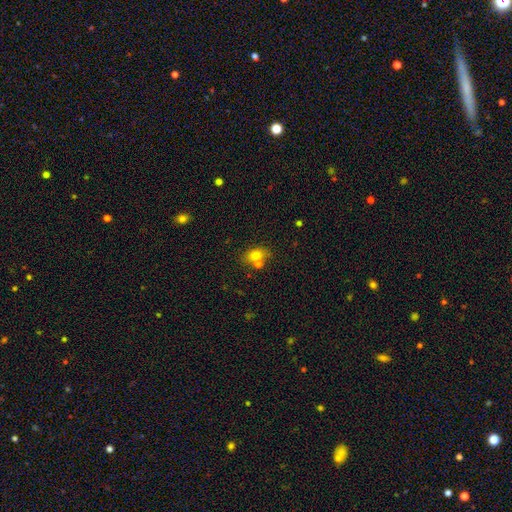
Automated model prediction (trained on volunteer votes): Smooth or featured? Predicted: smooth (p=0.73). How rounded? Predicted: in between (p=0.64). Merging? Predicted: none (p=0.54).